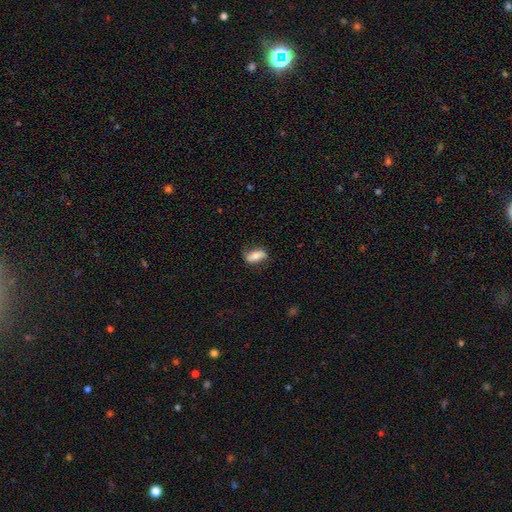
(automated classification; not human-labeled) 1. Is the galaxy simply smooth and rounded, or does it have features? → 60% smooth, 33% featured or disk, 7% star or artifact.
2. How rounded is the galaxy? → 80% in between, 15% cigar-shaped, 5% round.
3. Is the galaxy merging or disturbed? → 73% none, 20% minor disturbance, 5% major disturbance, 1% merger.